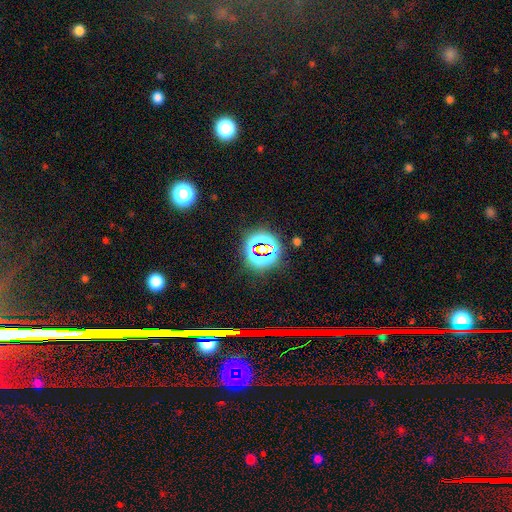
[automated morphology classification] This is likely a star or artifact rather than a galaxy (75%).